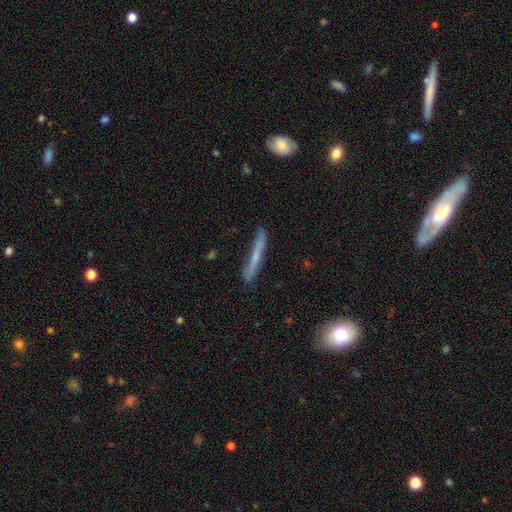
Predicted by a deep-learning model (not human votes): Overall: smooth (47%; featured or disk 45%). Merging: none (78%).